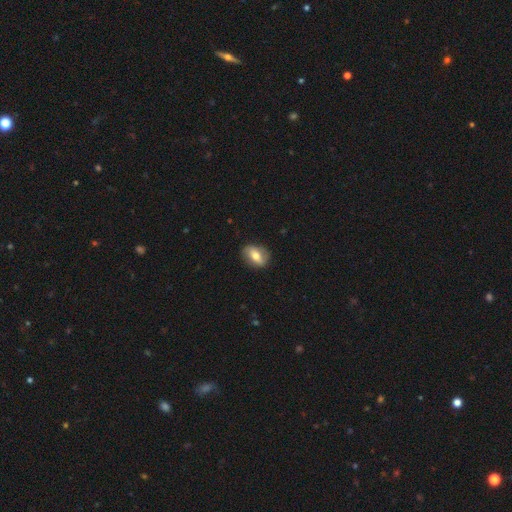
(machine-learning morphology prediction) smooth 52%, featured or disk 41%, star or artifact 7%. Down the decision tree: how rounded — in between (75%); merging — none (83%).